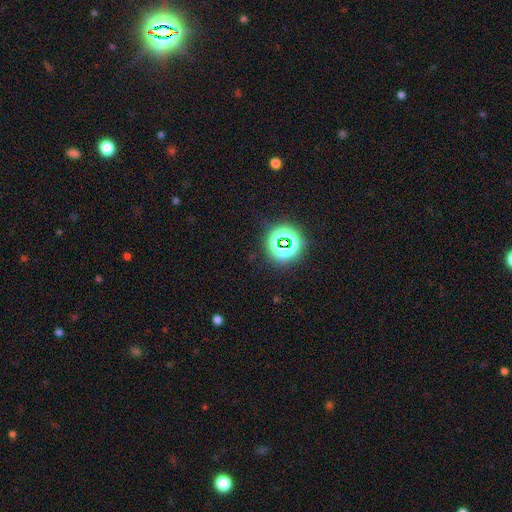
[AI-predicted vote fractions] The model was most divided on "smooth or featured": star or artifact: 80%, smooth: 12%, featured or disk: 7%.